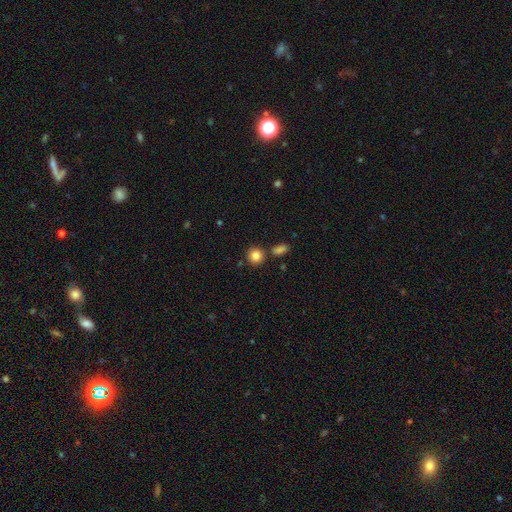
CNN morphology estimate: Smooth or featured? Predicted: smooth (p=0.85). How rounded? Predicted: round (p=0.88). Merging? Predicted: none (p=0.79).